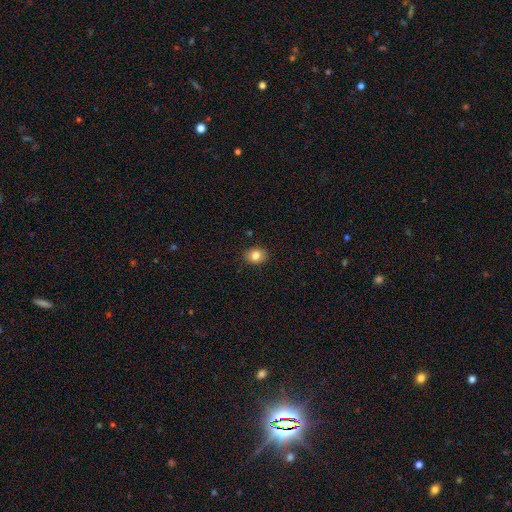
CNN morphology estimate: Overall: smooth (81%). How rounded: round (51%; in between 48%). Merging: none (88%).